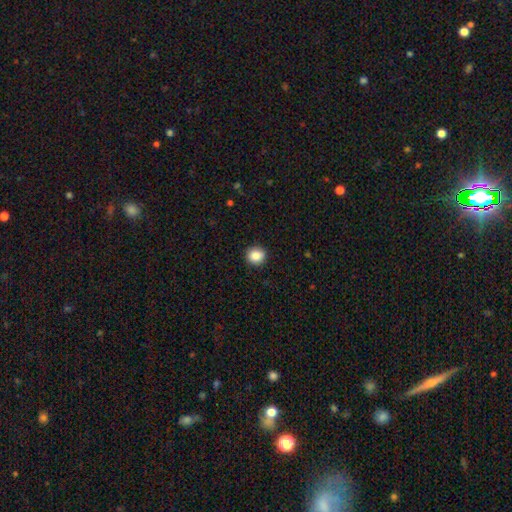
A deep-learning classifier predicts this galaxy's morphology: Q: Smooth or featured?
A: smooth (87%); runner-up: star or artifact (9%)
Q: How rounded?
A: round (88%); runner-up: in between (11%)
Q: Merging?
A: none (91%); runner-up: minor disturbance (6%)